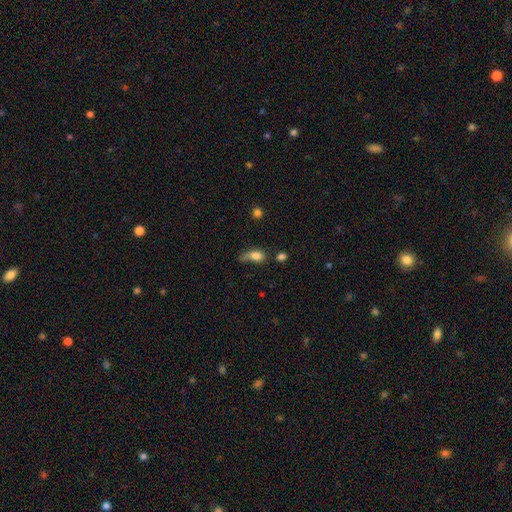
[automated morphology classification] This appears to be a smooth galaxy with no disk features (77%) that is in between round and cigar-shaped (77%). Merging: major disturbance (33%).